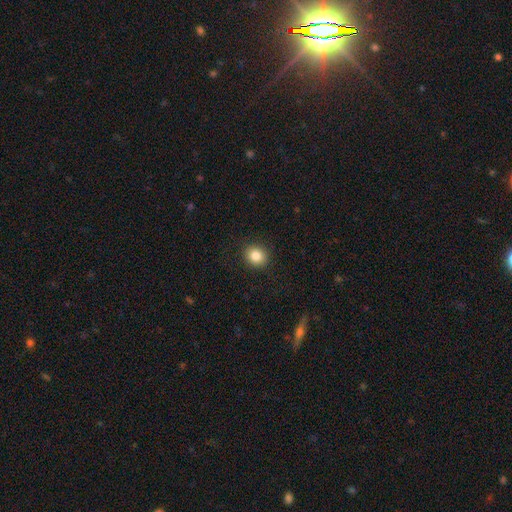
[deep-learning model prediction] Smooth or featured? smooth (85%)
How rounded? round (75%)
Merging? none (90%)